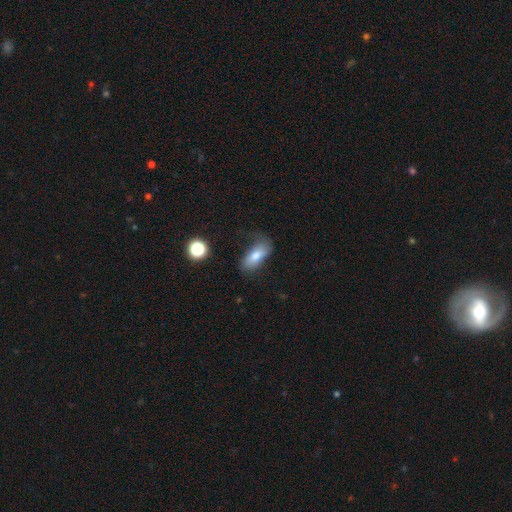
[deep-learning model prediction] Q: Smooth or featured?
A: smooth (74%); runner-up: featured or disk (17%)
Q: How rounded?
A: in between (86%); runner-up: cigar-shaped (10%)
Q: Merging?
A: none (52%); runner-up: minor disturbance (29%)